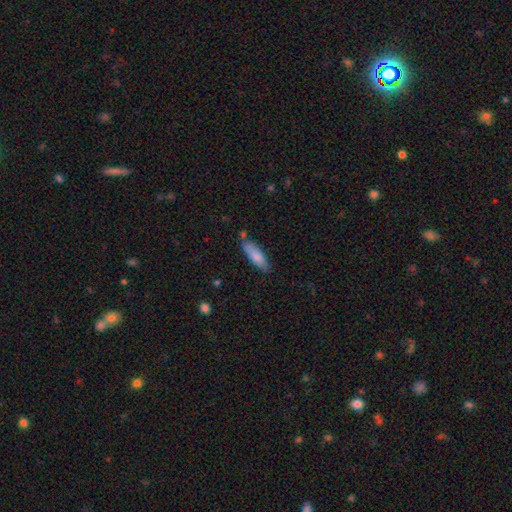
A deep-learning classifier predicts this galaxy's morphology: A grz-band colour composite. It shows a smooth galaxy with no disk features (83%) that is cigar-shaped (50%). Merging: none (75%).